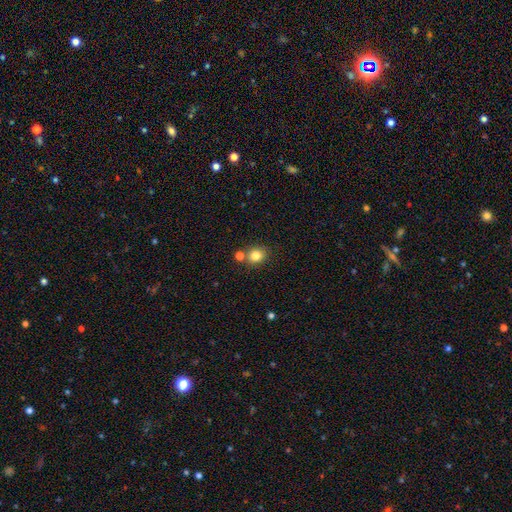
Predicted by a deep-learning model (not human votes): smooth 82%, star or artifact 12%, featured or disk 7%. Down the decision tree: how rounded — round (72%); merging — none (70%).